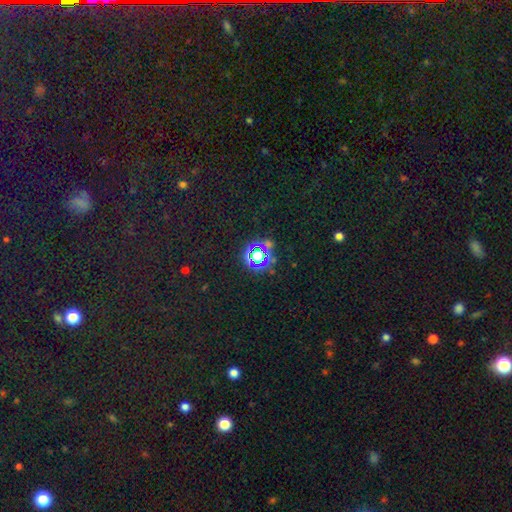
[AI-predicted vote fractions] The model was most divided on "smooth or featured": star or artifact: 67%, smooth: 23%, featured or disk: 10%.